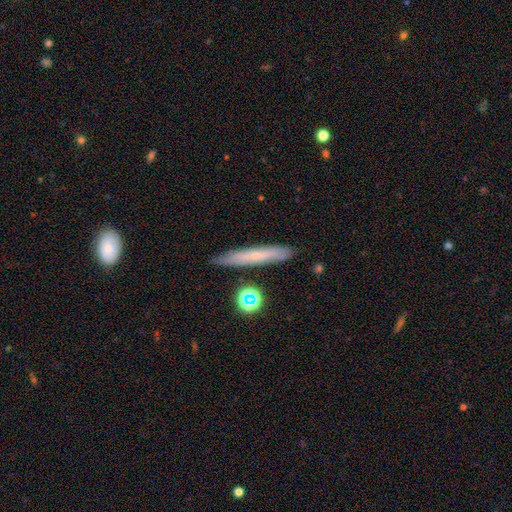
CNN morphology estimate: Smooth or featured: smooth — 50% (featured or disk — 42%)
Merging: none — 84% (minor disturbance — 11%)